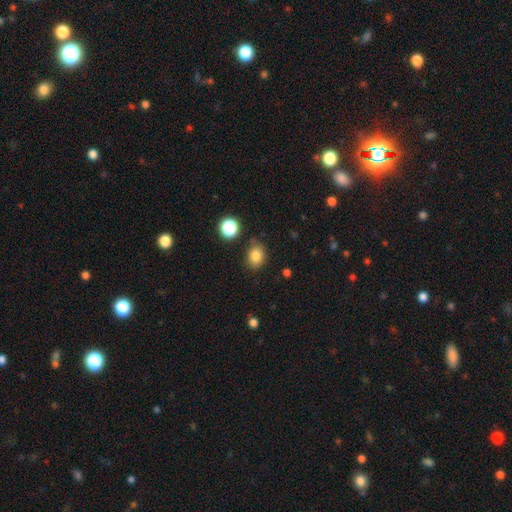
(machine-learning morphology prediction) A smooth galaxy with no disk features (82%) that is in between round and cigar-shaped (51%).

Vote fractions:
- Smooth or featured? smooth: 82% / star or artifact: 12% / featured or disk: 6%
- How rounded? in between: 51% / round: 48% / cigar-shaped: 1%
- Merging? none: 77% / minor disturbance: 15% / merger: 4% / major disturbance: 4%